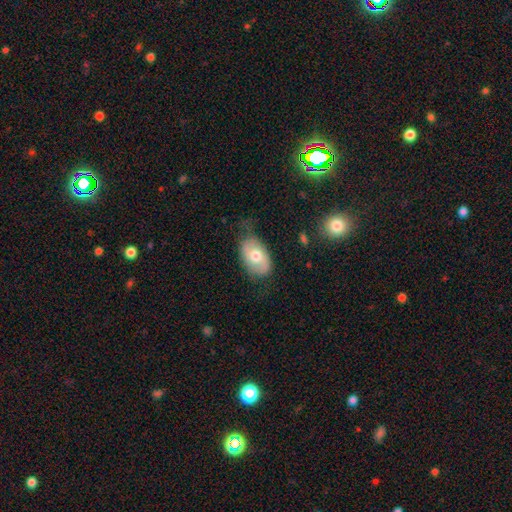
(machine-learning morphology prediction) smooth-or-featured: smooth: 62% | featured or disk: 32% | star or artifact: 6%
  how-rounded: in between: 90% | round: 8% | cigar-shaped: 1%
  merging: none: 62% | minor disturbance: 28% | major disturbance: 8% | merger: 2%